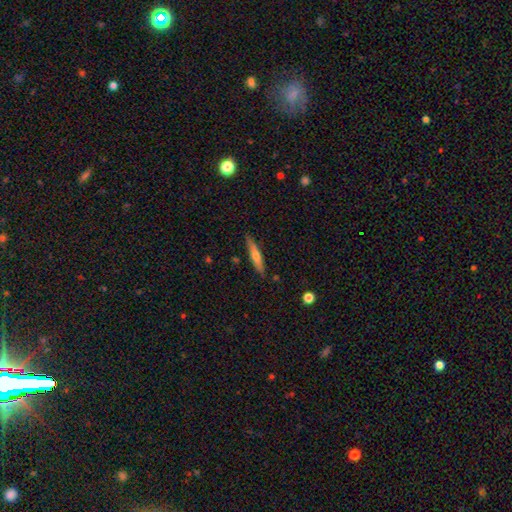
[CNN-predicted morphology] A featured or disk galaxy (48%). Merging: none (87%).